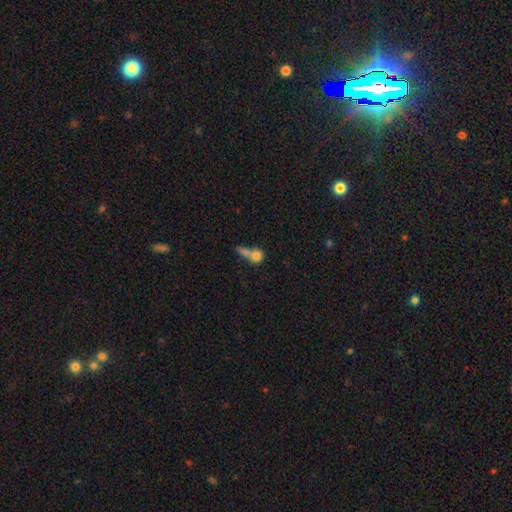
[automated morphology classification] This appears to be a smooth galaxy with no disk features (67%) that is round (64%). Merging: merger (51%).